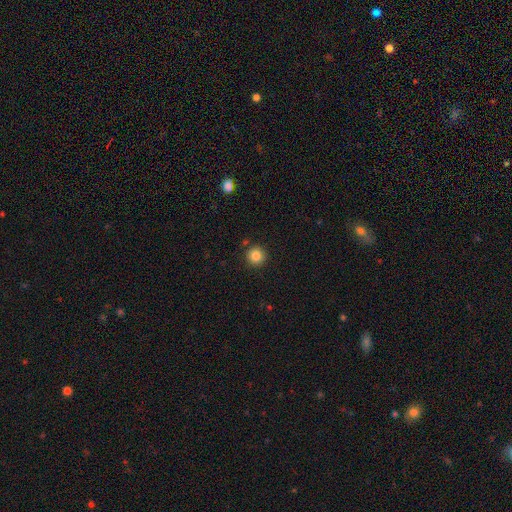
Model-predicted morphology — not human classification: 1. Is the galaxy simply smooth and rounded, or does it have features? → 85% smooth, 10% star or artifact, 4% featured or disk.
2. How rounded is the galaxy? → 96% round, 4% in between, 1% cigar-shaped.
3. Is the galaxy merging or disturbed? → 90% none, 6% minor disturbance, 2% merger, 2% major disturbance.